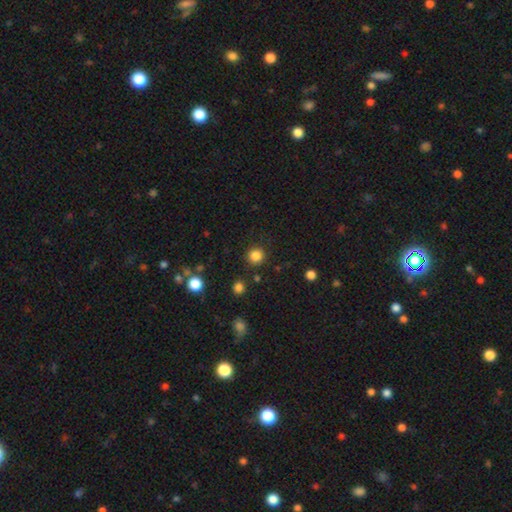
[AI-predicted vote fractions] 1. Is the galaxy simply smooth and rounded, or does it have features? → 84% smooth, 12% star or artifact, 4% featured or disk.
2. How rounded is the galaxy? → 94% round, 5% in between, 1% cigar-shaped.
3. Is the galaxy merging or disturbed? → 89% none, 6% minor disturbance, 3% major disturbance, 2% merger.